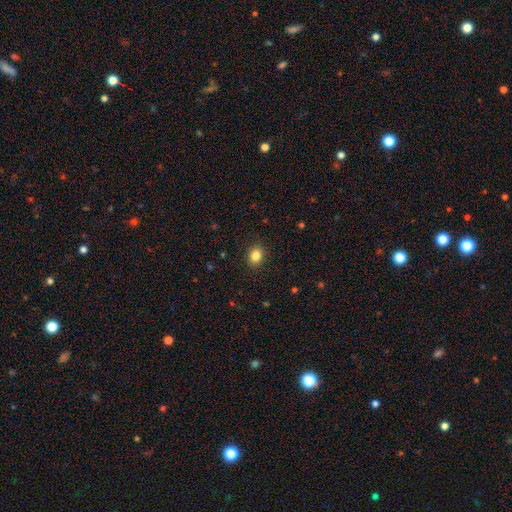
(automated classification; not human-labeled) smooth 84%, star or artifact 10%, featured or disk 5%. Down the decision tree: how rounded — in between (51%); merging — none (89%).